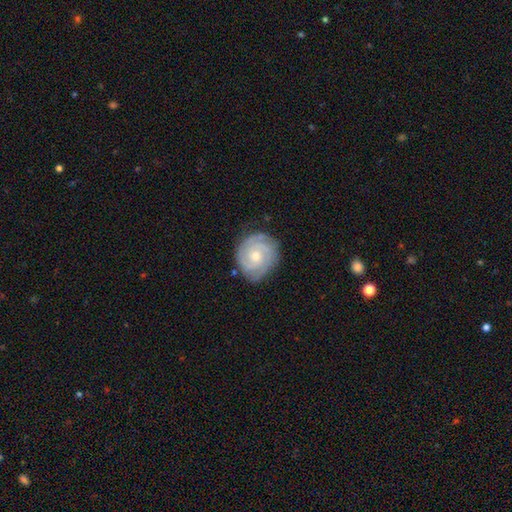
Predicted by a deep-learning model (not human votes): smooth_or_featured: featured or disk (p=0.84) [alt: smooth p=0.12]
disk_edge_on: no (p=0.98) [alt: yes p=0.02]
bar: no (p=0.73) [alt: weak p=0.23]
has_spiral_arms: yes (p=0.97) [alt: no p=0.03]
spiral_winding: tight (p=0.74) [alt: medium p=0.23]
spiral_arm_count: 3 (p=0.37) [alt: 2 p=0.30]
bulge_size: moderate (p=0.50) [alt: small p=0.46]
merging: none (p=0.79) [alt: minor disturbance p=0.16]